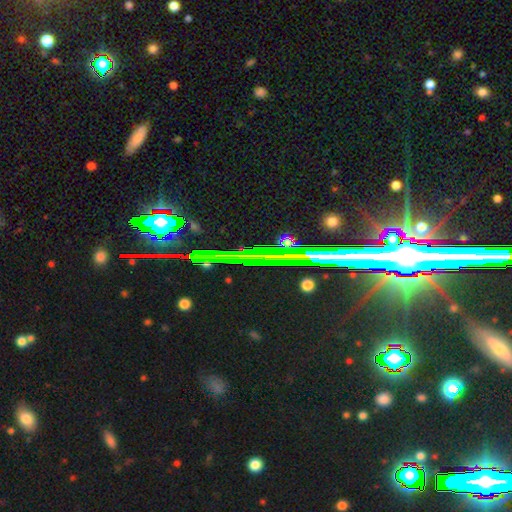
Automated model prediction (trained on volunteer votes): Smooth or featured: star or artifact — 78% (featured or disk — 13%)